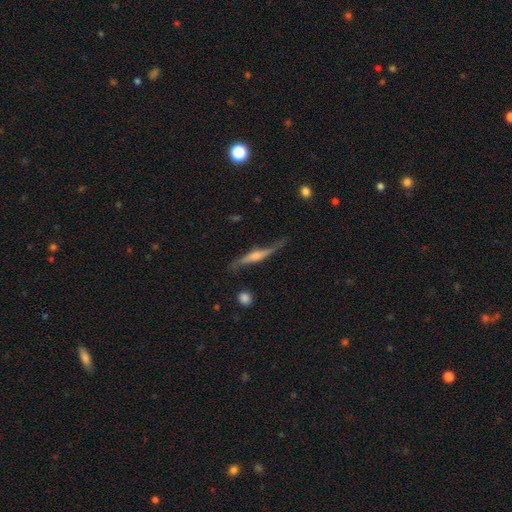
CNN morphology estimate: This is likely a featured or disk galaxy (71%). It is clearly viewed edge-on (84%). Edge-on bulge: likely rounded (70%). Merging: likely none (64%).